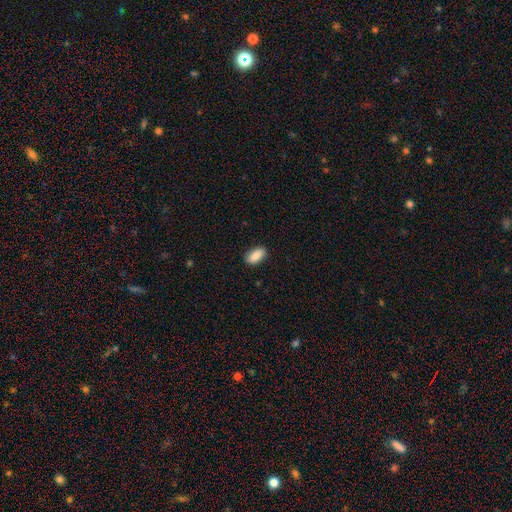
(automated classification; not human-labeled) smooth-or-featured: smooth: 87% | star or artifact: 7% | featured or disk: 6%
  how-rounded: in between: 92% | cigar-shaped: 5% | round: 4%
  merging: none: 87% | minor disturbance: 10% | major disturbance: 2% | merger: 1%